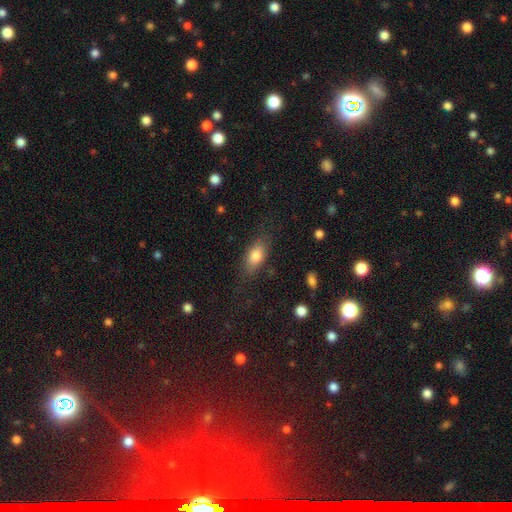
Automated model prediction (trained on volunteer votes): Smooth or featured: smooth — 79% (featured or disk — 14%)
How rounded: in between — 83% (cigar-shaped — 11%)
Merging: none — 76% (minor disturbance — 16%)